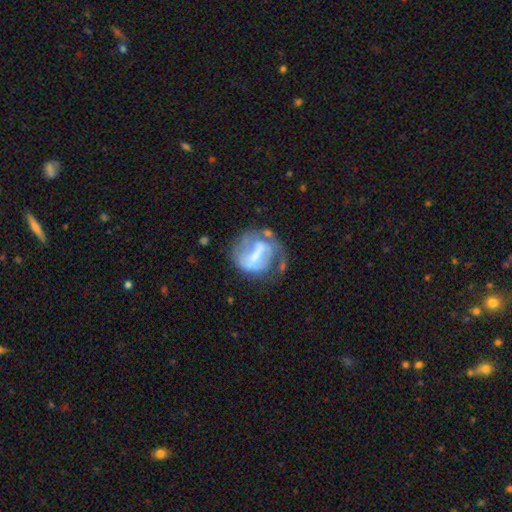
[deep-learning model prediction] Smooth or featured? Predicted: featured or disk (p=0.67). Edge-on disk? Predicted: no (p=0.97). Bar? Predicted: strong (p=0.50). Spiral arms? Predicted: yes (p=0.60). Bulge size? Predicted: none (p=0.34). Merging? Predicted: none (p=0.42).